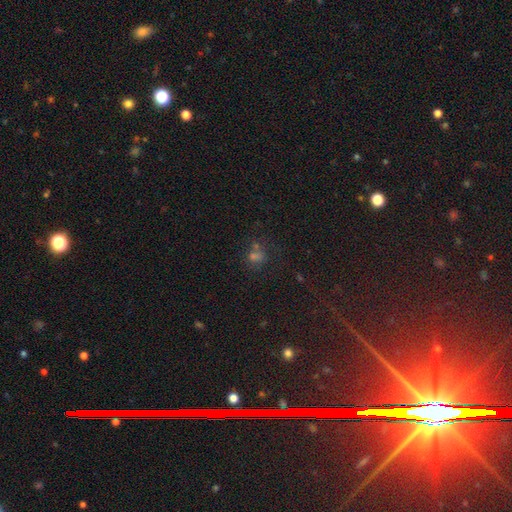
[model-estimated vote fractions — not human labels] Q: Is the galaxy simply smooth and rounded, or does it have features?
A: smooth — 53%.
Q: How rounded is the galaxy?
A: round — 67%.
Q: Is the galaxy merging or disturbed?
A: none — 52%.